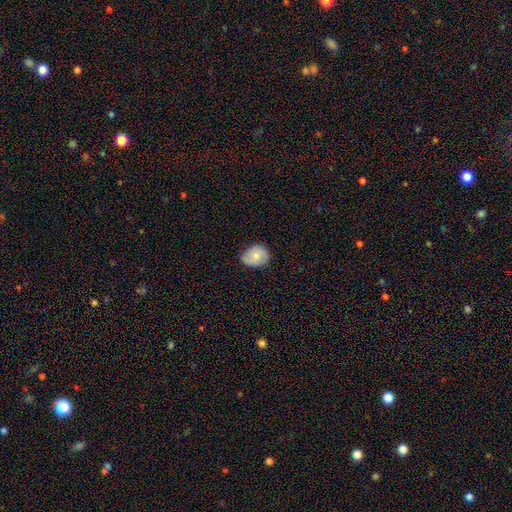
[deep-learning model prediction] smooth 69%, featured or disk 24%, star or artifact 7%. Down the decision tree: how rounded — round (55%); merging — none (62%).